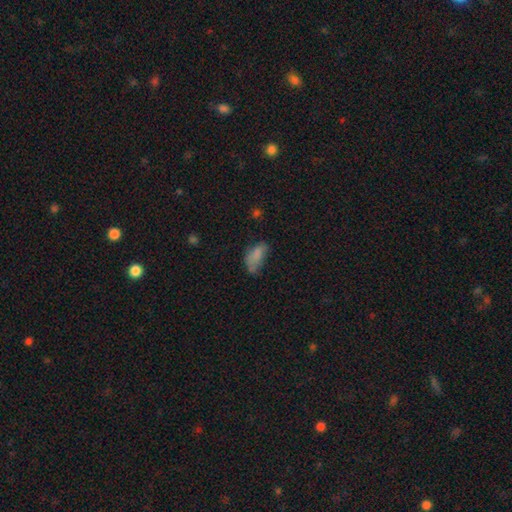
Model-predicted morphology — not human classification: A smooth galaxy with no disk features (73%) that is in between round and cigar-shaped (91%). Merging: none (36%).